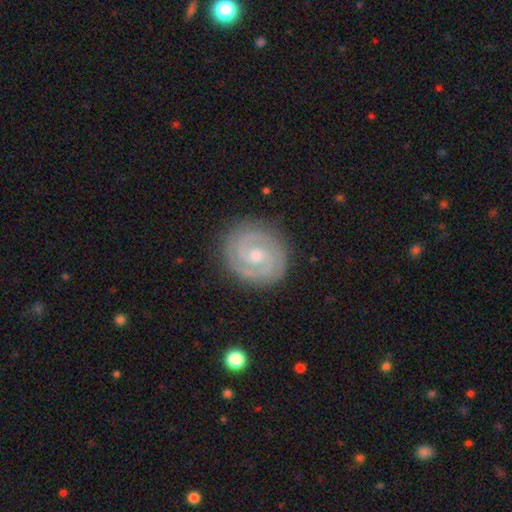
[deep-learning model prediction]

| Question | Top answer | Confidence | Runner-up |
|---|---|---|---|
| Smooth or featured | featured or disk | 90% | smooth (5%) |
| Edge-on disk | no | 98% | yes (2%) |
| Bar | no | 54% | weak (35%) |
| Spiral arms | yes | 98% | no (2%) |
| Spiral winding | tight | 79% | medium (19%) |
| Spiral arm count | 2 | 86% | 3 (6%) |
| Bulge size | small | 54% | moderate (43%) |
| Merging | none | 87% | minor disturbance (10%) |